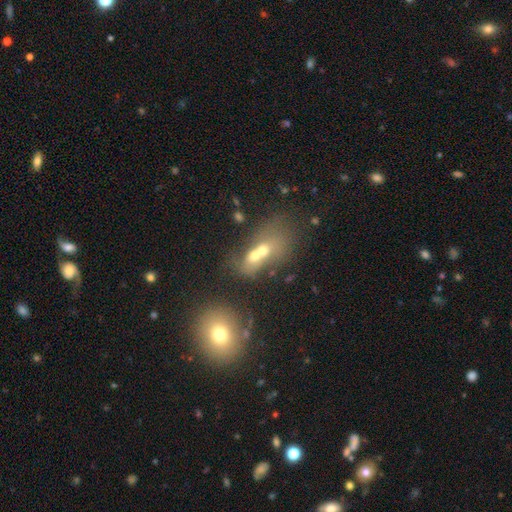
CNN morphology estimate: Smooth or featured: smooth — 54% (featured or disk — 27%)
How rounded: in between — 65% (round — 28%)
Merging: merger — 58% (none — 25%)